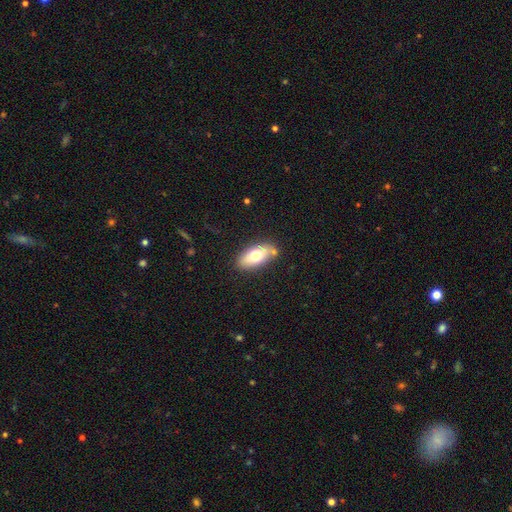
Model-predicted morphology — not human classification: smooth_or_featured: smooth (p=0.68) [alt: featured or disk p=0.25]
how_rounded: in between (p=0.88) [alt: cigar-shaped p=0.08]
merging: none (p=0.78) [alt: minor disturbance p=0.13]